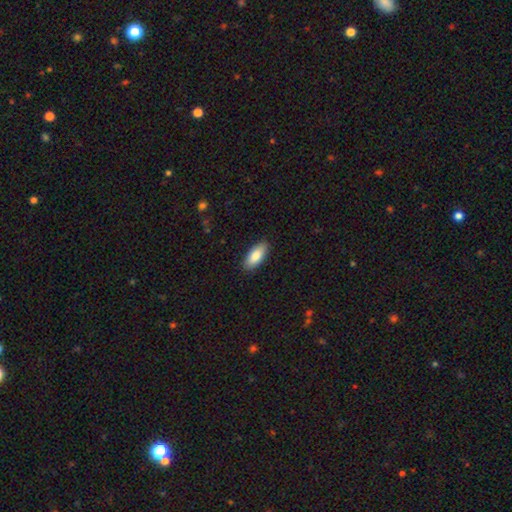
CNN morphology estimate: smooth 85%, featured or disk 9%, star or artifact 6%. Down the decision tree: how rounded — in between (83%); merging — none (89%).